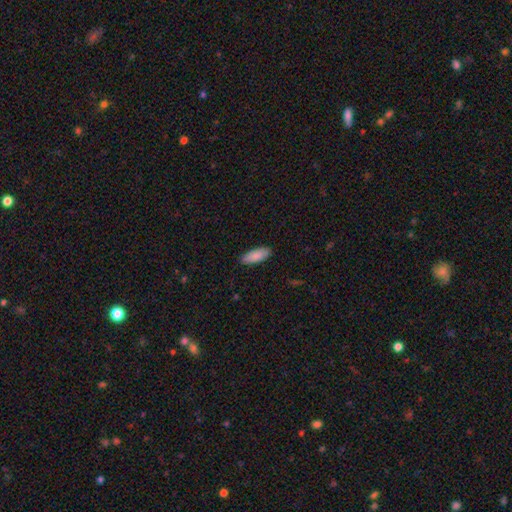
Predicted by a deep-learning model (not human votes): The model was most divided on "how rounded": in between: 72%, cigar-shaped: 26%, round: 2%. More confident: merging — none (89%); smooth or featured — smooth (88%).